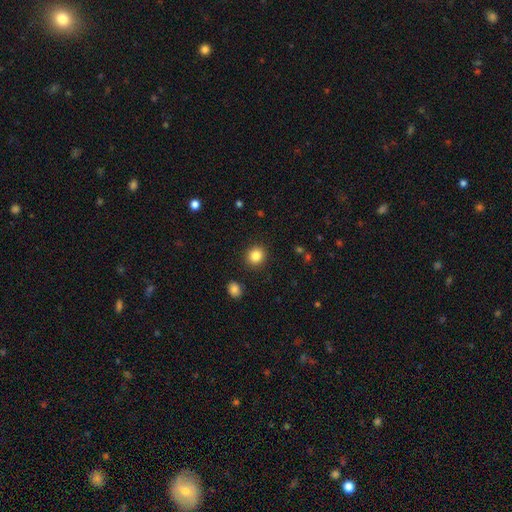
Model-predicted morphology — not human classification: Smooth or featured: smooth — 84% (star or artifact — 10%)
How rounded: round — 87% (in between — 12%)
Merging: none — 91% (minor disturbance — 6%)